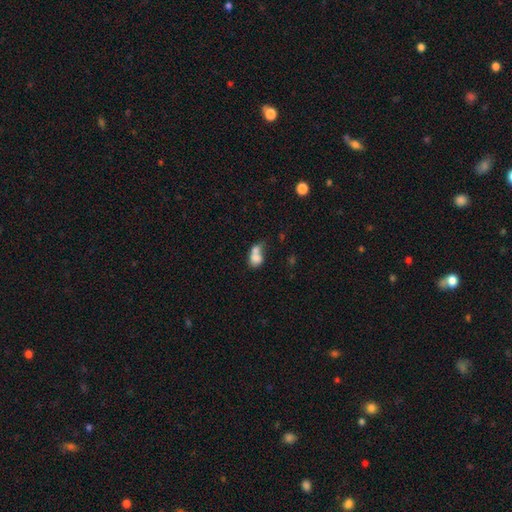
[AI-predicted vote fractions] Smooth or featured: smooth — 74% (featured or disk — 17%)
How rounded: in between — 60% (round — 38%)
Merging: merger — 67% (none — 17%)